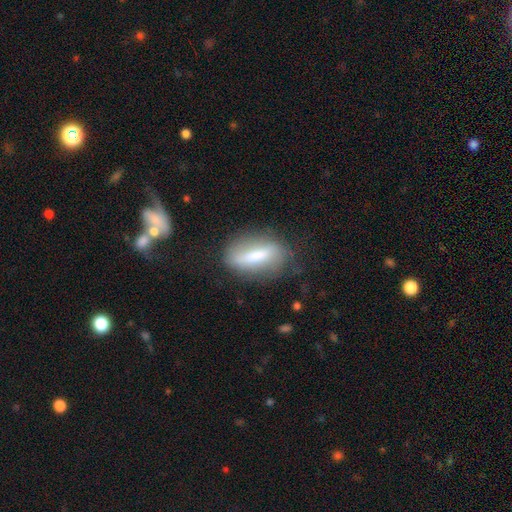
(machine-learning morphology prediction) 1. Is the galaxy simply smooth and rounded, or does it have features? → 54% smooth, 37% featured or disk, 9% star or artifact.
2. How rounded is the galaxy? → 60% in between, 35% cigar-shaped, 5% round.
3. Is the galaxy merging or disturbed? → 72% none, 18% minor disturbance, 8% major disturbance, 3% merger.